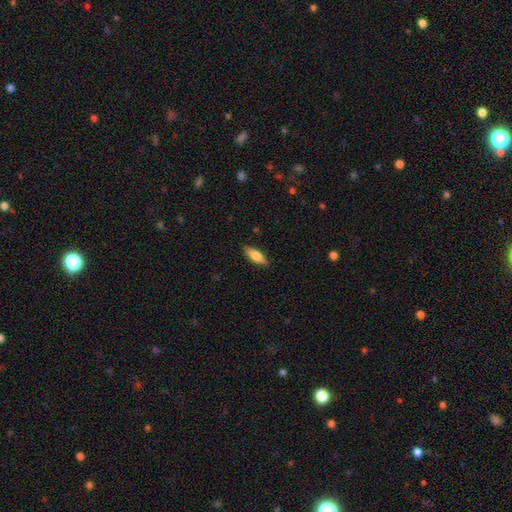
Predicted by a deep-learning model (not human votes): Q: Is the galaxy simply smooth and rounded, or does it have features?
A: smooth — 67%.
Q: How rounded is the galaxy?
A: in between — 56%.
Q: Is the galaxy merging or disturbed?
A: none — 86%.